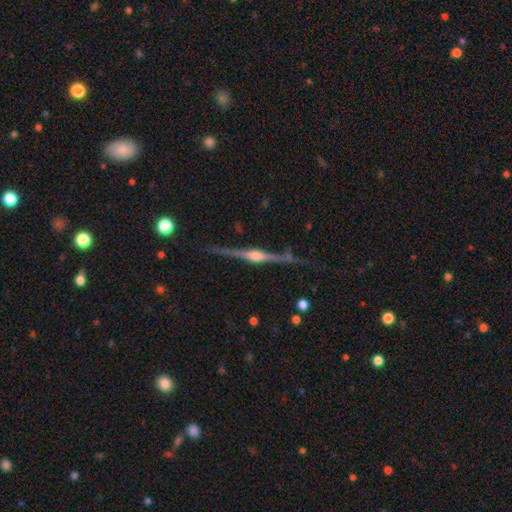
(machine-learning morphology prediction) This is clearly a featured or disk galaxy (87%). It is clearly viewed edge-on (98%). Edge-on bulge: clearly rounded (91%). Merging: clearly none (85%).